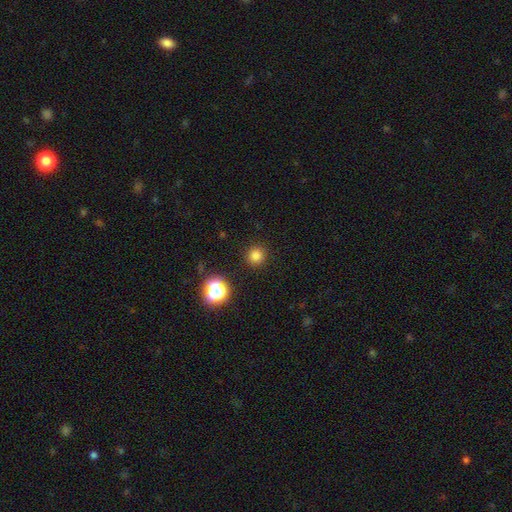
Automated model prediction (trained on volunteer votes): smooth_or_featured: smooth (p=0.80) [alt: star or artifact p=0.16]
how_rounded: round (p=0.94) [alt: in between p=0.05]
merging: none (p=0.91) [alt: minor disturbance p=0.05]